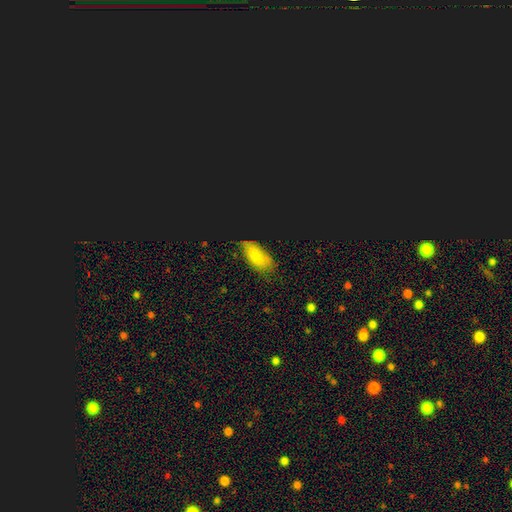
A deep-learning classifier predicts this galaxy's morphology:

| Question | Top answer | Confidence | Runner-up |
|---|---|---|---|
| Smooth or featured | smooth | 56% | star or artifact (30%) |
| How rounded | in between | 88% | cigar-shaped (7%) |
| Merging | none | 70% | minor disturbance (23%) |